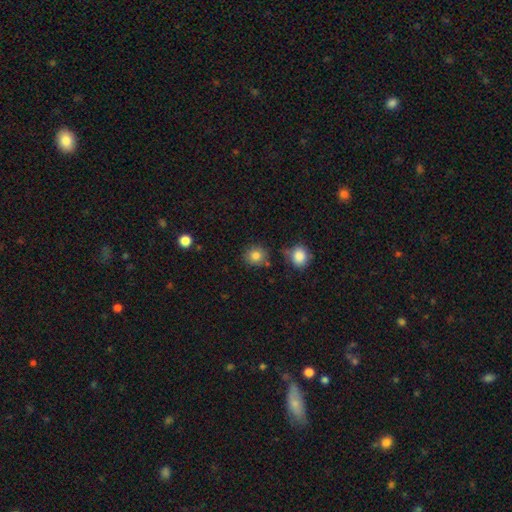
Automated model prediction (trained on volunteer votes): Smooth or featured? Predicted: smooth (p=0.83). How rounded? Predicted: round (p=0.87). Merging? Predicted: none (p=0.78).